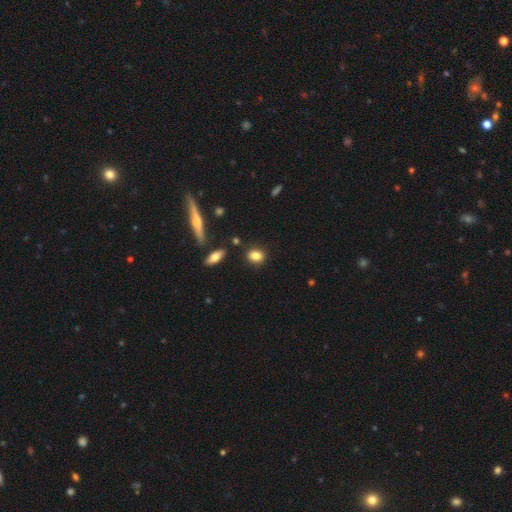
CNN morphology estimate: Smooth or featured? Predicted: smooth (p=0.84). How rounded? Predicted: in between (p=0.57). Merging? Predicted: none (p=0.84).